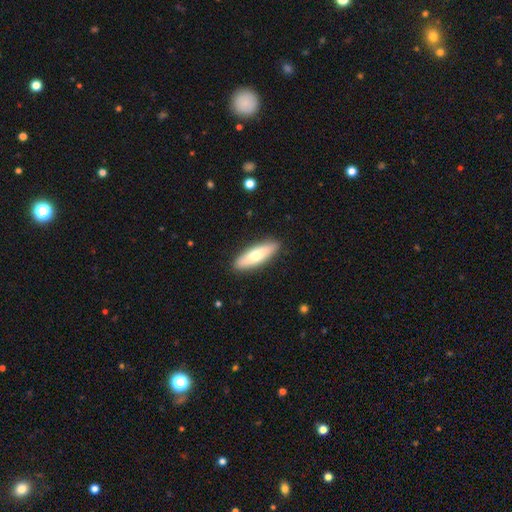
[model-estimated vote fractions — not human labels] smooth 68%, featured or disk 27%, star or artifact 5%. Down the decision tree: how rounded — cigar-shaped (55%); merging — none (90%).